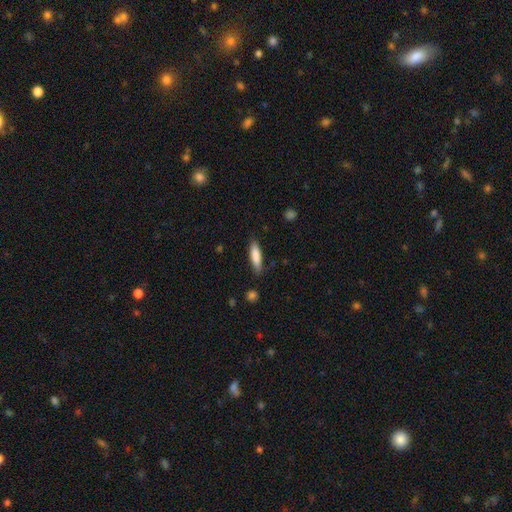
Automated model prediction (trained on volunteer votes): smooth 82%, featured or disk 12%, star or artifact 6%. Down the decision tree: how rounded — cigar-shaped (65%); merging — none (84%).